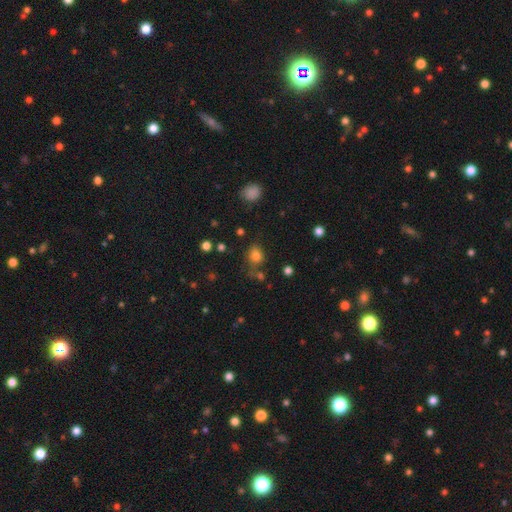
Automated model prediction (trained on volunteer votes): Smooth or featured? Predicted: smooth (p=0.78). How rounded? Predicted: round (p=0.59). Merging? Predicted: none (p=0.68).